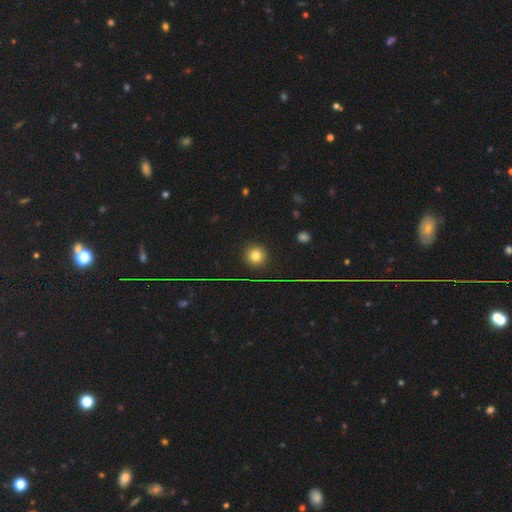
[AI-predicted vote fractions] smooth-or-featured: smooth: 76% | star or artifact: 17% | featured or disk: 8%
  how-rounded: round: 91% | in between: 8% | cigar-shaped: 1%
  merging: none: 91% | minor disturbance: 6% | major disturbance: 2% | merger: 1%